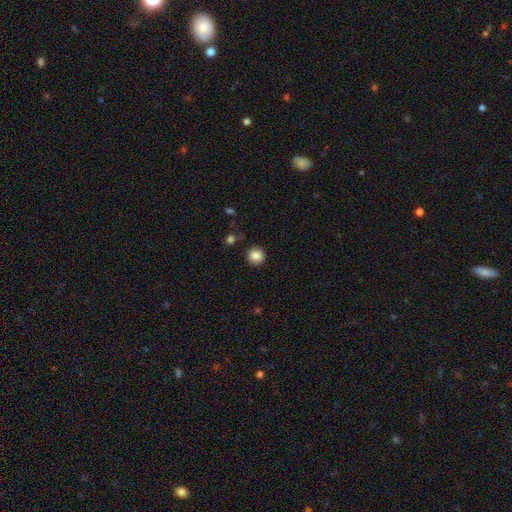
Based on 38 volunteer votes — Morphology: type=smooth (92%); roundness=round (86%); merging=none (94%).